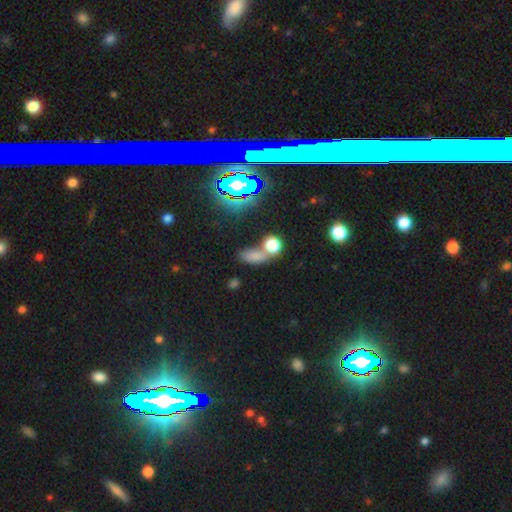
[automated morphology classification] This is likely a smooth galaxy (65%). How rounded: likely in between (62%). Merging: marginally none (42%).